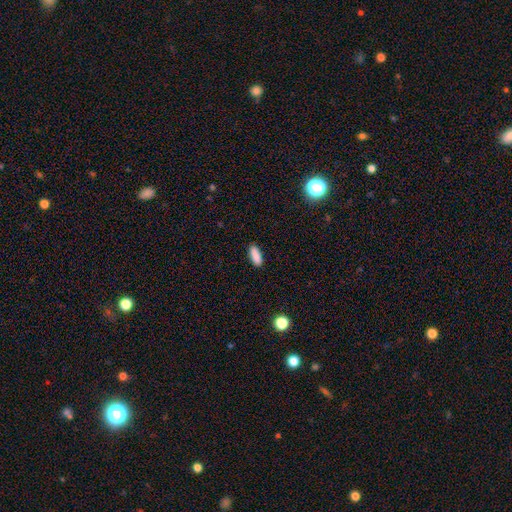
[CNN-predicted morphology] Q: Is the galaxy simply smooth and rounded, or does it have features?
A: smooth — 88%.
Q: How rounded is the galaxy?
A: in between — 68%.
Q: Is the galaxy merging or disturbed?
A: none — 88%.